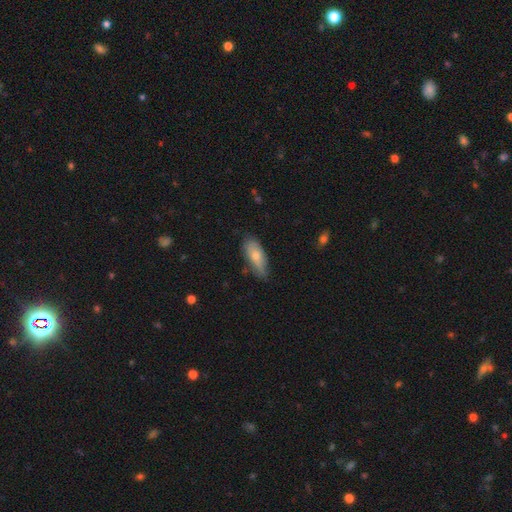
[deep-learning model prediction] A smooth galaxy with no disk features (69%) that is in between round and cigar-shaped (79%). Merging: none (65%).